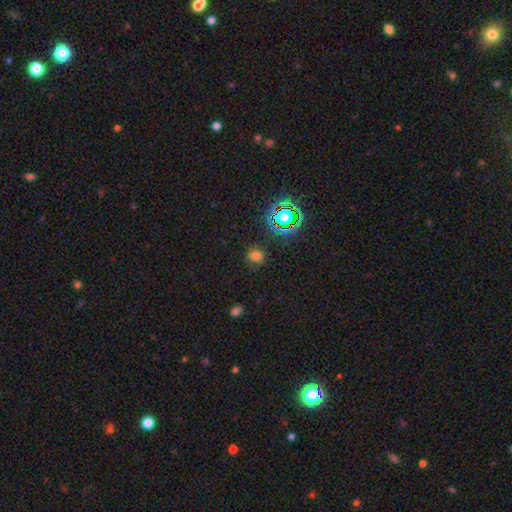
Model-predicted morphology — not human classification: This appears to be a smooth galaxy with no disk features (65%) that is round (72%). Merging: none (81%).